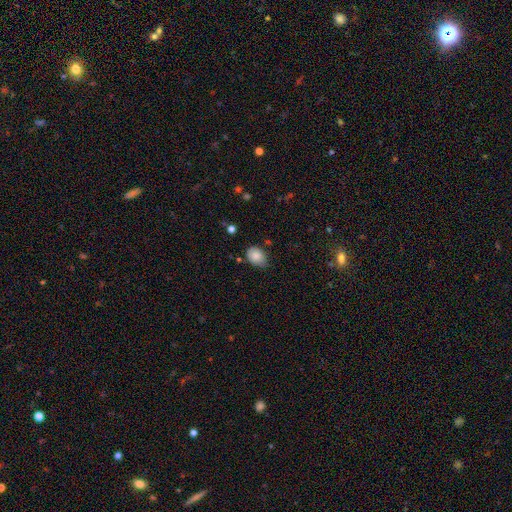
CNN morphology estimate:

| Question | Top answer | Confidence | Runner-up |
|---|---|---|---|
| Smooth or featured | smooth | 84% | featured or disk (8%) |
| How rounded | in between | 72% | round (27%) |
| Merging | none | 63% | minor disturbance (29%) |